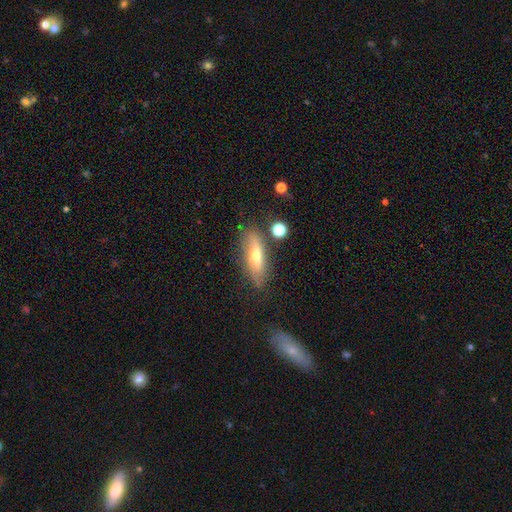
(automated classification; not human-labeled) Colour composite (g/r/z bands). It shows a featured or disk galaxy (49%). Merging: none (76%).